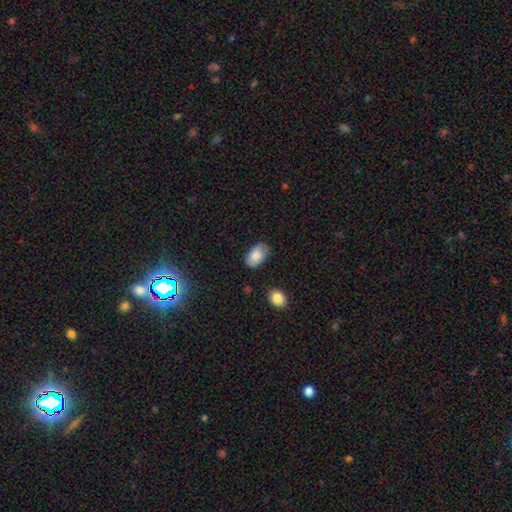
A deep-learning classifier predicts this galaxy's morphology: This appears to be a smooth galaxy with no disk features (82%) that is in between round and cigar-shaped (91%). Merging: none (76%).